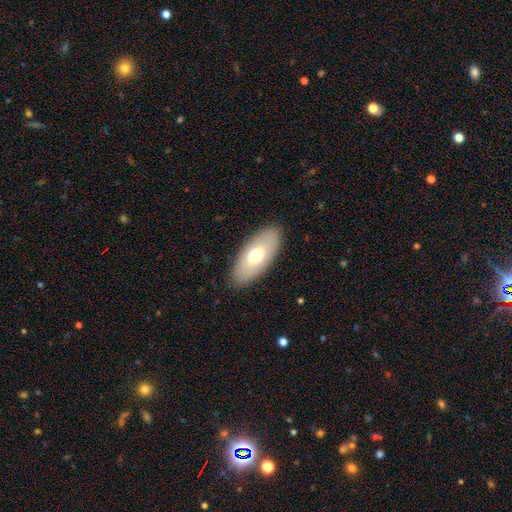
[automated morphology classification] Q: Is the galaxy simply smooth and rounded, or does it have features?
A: smooth — 66%.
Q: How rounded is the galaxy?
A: in between — 88%.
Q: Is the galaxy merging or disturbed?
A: none — 87%.